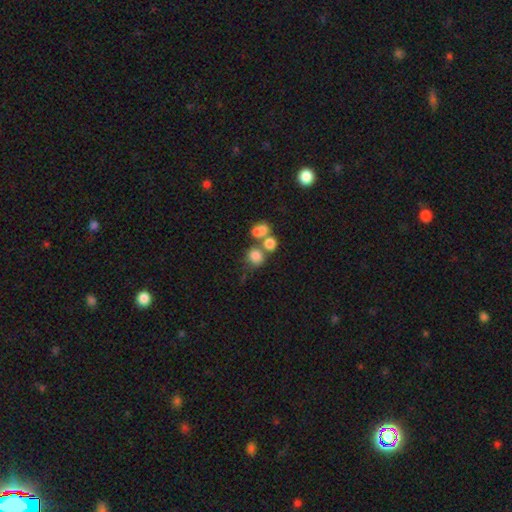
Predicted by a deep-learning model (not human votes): Q: Smooth or featured?
A: smooth (76%); runner-up: star or artifact (12%)
Q: How rounded?
A: round (75%); runner-up: in between (24%)
Q: Merging?
A: none (44%); runner-up: merger (41%)